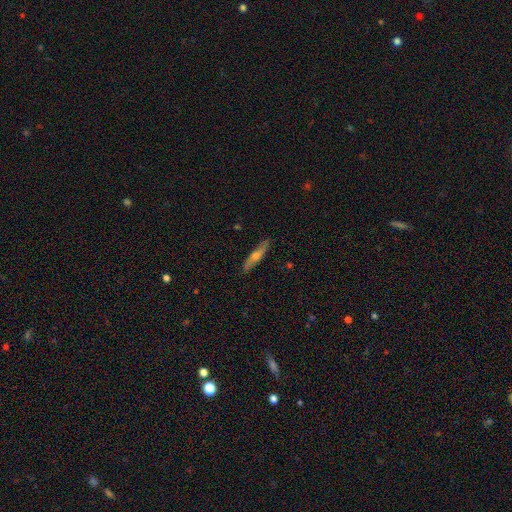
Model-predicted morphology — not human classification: This is possibly a featured or disk galaxy (48%). Merging: clearly none (87%).